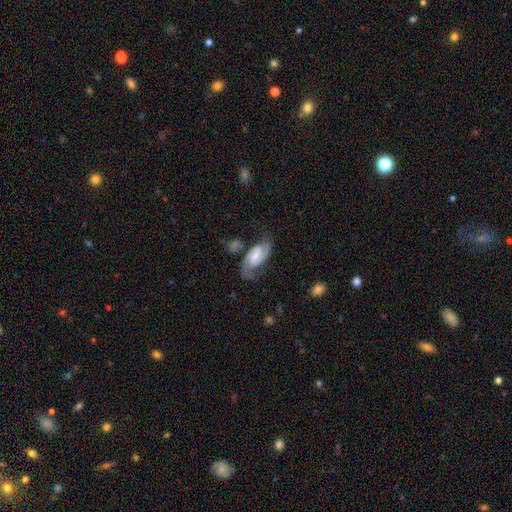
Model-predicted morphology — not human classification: featured or disk 79%, smooth 15%, star or artifact 6%. Down the decision tree: edge-on disk — no (96%); bar — weak (50%); spiral arms — yes (95%); spiral arm count — 2 (90%); spiral winding — medium (52%); bulge size — small (44%); merging — none (65%).